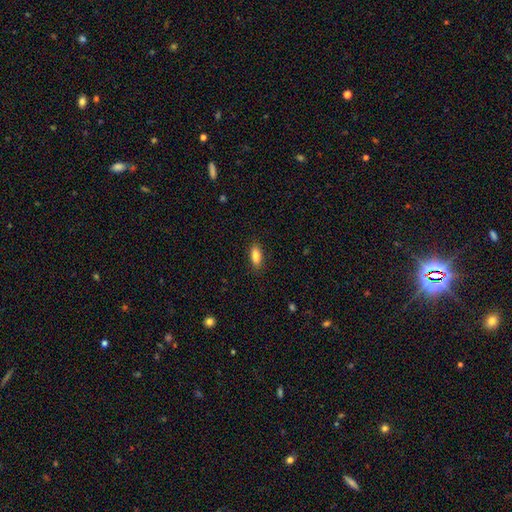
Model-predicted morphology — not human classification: A smooth galaxy with no disk features (85%) that is in between round and cigar-shaped (77%).

Vote fractions:
- Smooth or featured? smooth: 85% / featured or disk: 8% / star or artifact: 7%
- How rounded? in between: 77% / cigar-shaped: 20% / round: 3%
- Merging? none: 87% / minor disturbance: 9% / major disturbance: 2% / merger: 1%